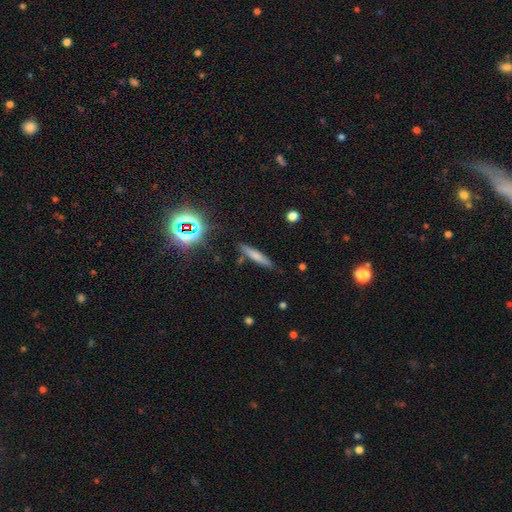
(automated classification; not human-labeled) Morphology: type=smooth (63%); roundness=cigar-shaped (88%); merging=none (84%).